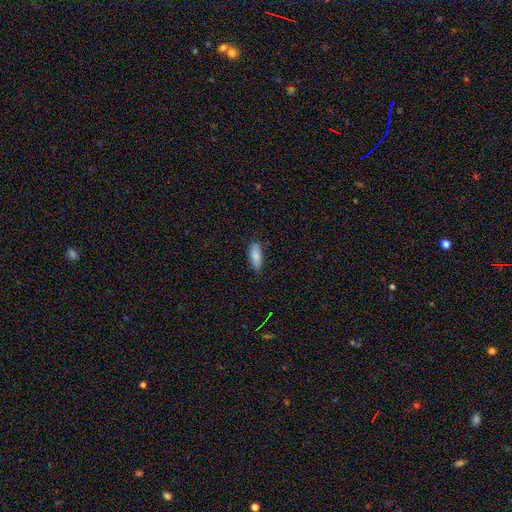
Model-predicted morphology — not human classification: smooth 83%, featured or disk 11%, star or artifact 6%. Down the decision tree: how rounded — in between (69%); merging — none (79%).